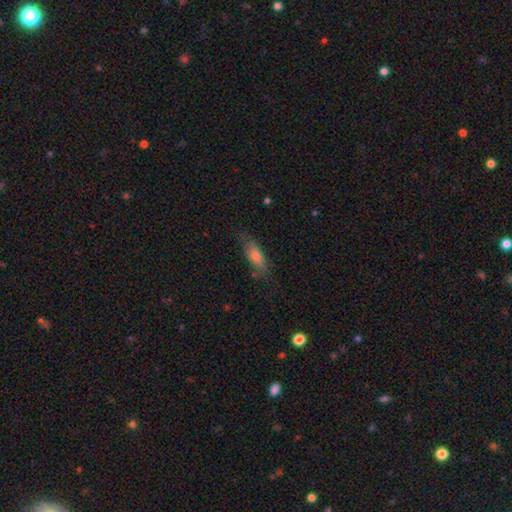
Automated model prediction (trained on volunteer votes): A smooth galaxy with no disk features (67%) that is in between round and cigar-shaped (58%).

Vote fractions:
- Smooth or featured? smooth: 67% / featured or disk: 24% / star or artifact: 9%
- How rounded? in between: 58% / cigar-shaped: 40% / round: 3%
- Merging? none: 70% / minor disturbance: 21% / major disturbance: 7% / merger: 2%